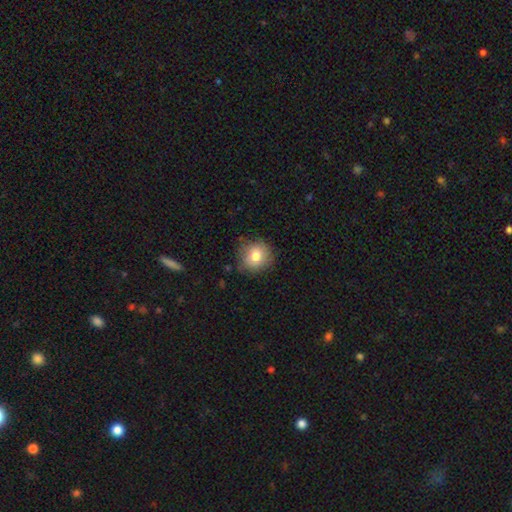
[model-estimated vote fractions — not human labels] Smooth or featured: smooth — 80% (featured or disk — 11%)
How rounded: round — 86% (in between — 13%)
Merging: none — 82% (minor disturbance — 13%)